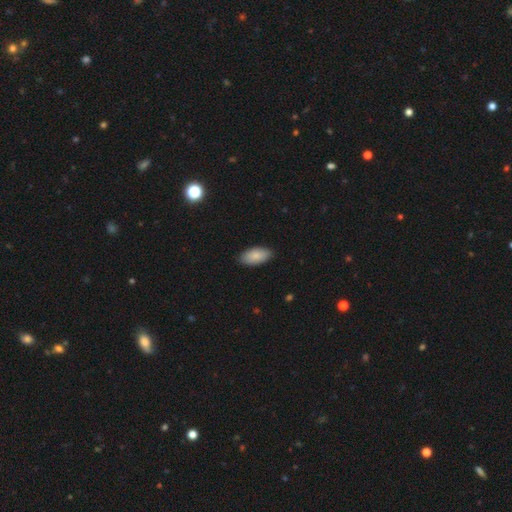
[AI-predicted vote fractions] smooth_or_featured: smooth (p=0.86) [alt: featured or disk p=0.08]
how_rounded: in between (p=0.93) [alt: cigar-shaped p=0.04]
merging: none (p=0.87) [alt: minor disturbance p=0.10]